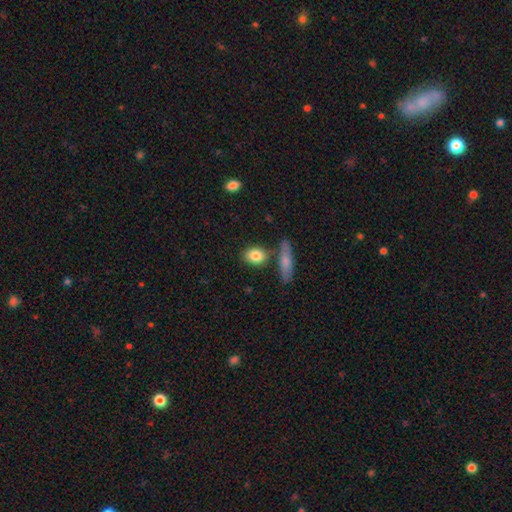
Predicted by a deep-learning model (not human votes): The model was most divided on "how rounded": in between: 64%, round: 31%, cigar-shaped: 5%. More confident: smooth or featured — smooth (84%); merging — none (71%).